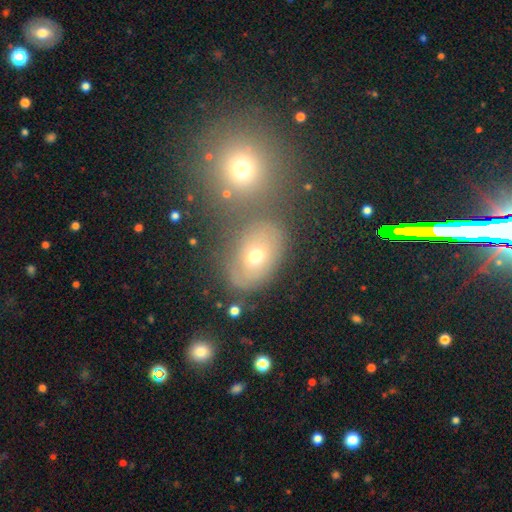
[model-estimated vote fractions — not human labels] This is possibly a smooth galaxy (54%). How rounded: likely in between (70%). Merging: possibly none (60%).